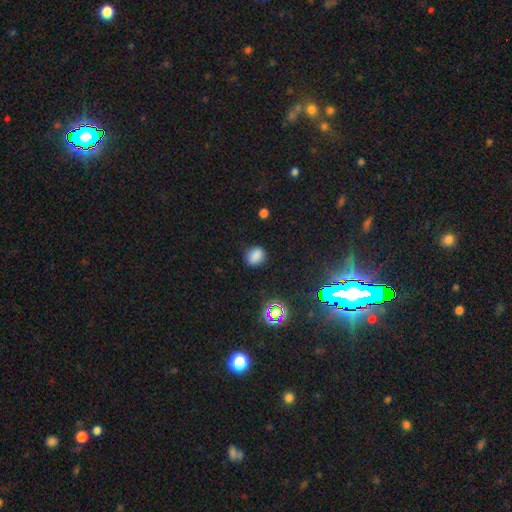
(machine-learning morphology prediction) Smooth or featured: smooth — 81% (star or artifact — 14%)
How rounded: round — 51% (in between — 48%)
Merging: none — 83% (minor disturbance — 12%)